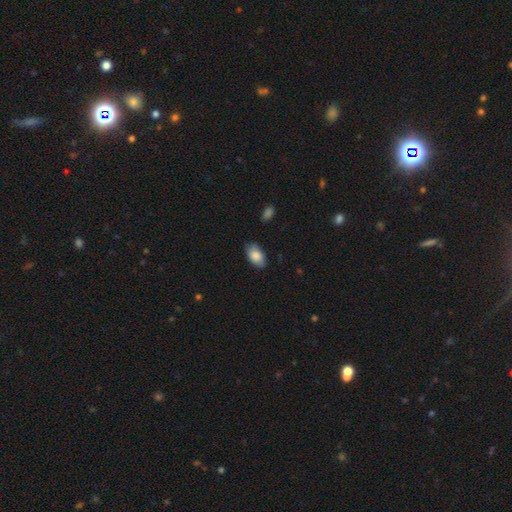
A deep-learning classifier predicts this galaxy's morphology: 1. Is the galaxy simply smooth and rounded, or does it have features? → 85% smooth, 9% featured or disk, 6% star or artifact.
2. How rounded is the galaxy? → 93% in between, 5% round, 2% cigar-shaped.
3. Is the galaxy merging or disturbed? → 79% none, 17% minor disturbance, 3% major disturbance, 1% merger.